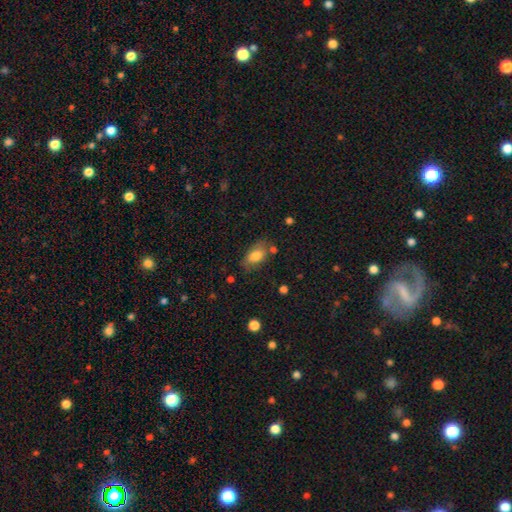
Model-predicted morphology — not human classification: This is likely a smooth galaxy (79%). How rounded: clearly in between (89%). Merging: likely none (65%).